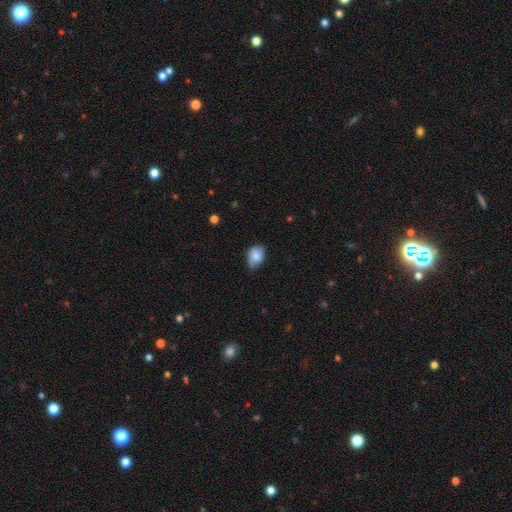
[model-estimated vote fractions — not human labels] A smooth galaxy with no disk features (79%) that is in between round and cigar-shaped (75%). Merging: none (54%).